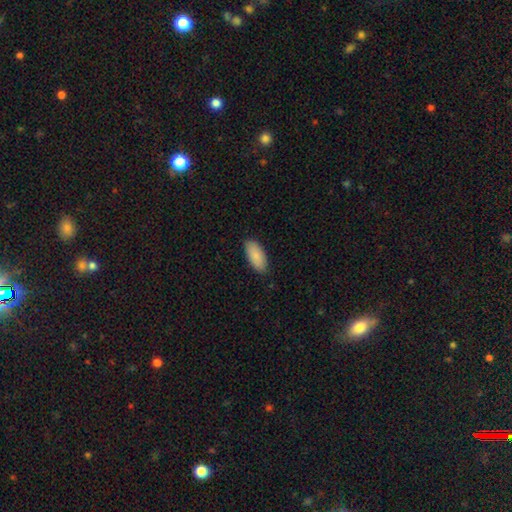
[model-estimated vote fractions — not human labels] Overall: smooth (88%). How rounded: in between (91%). Merging: none (86%).